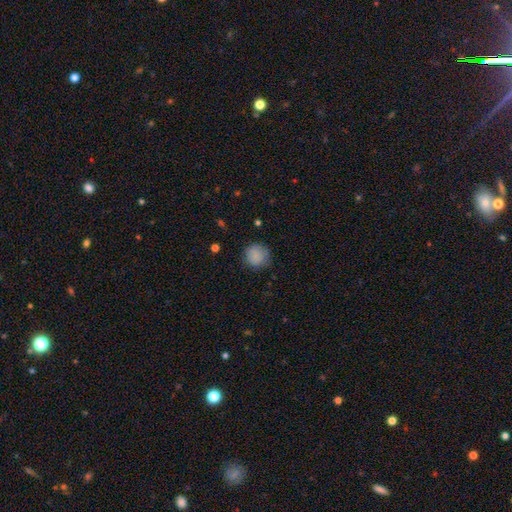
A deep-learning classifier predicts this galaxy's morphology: Q: Smooth or featured?
A: smooth (85%); runner-up: star or artifact (9%)
Q: How rounded?
A: round (91%); runner-up: in between (8%)
Q: Merging?
A: none (79%); runner-up: minor disturbance (16%)